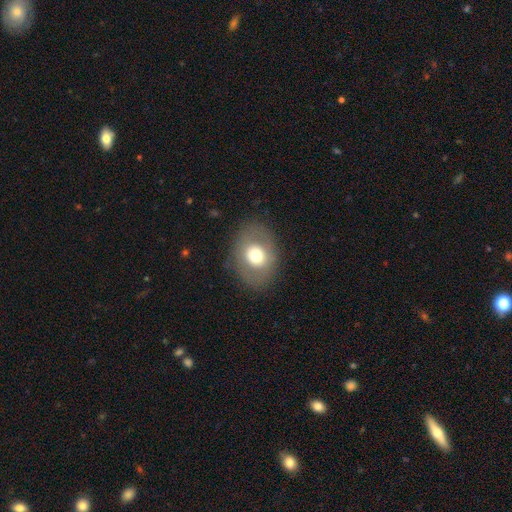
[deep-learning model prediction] A smooth galaxy with no disk features (63%) that is in between round and cigar-shaped (58%). Merging: none (82%).